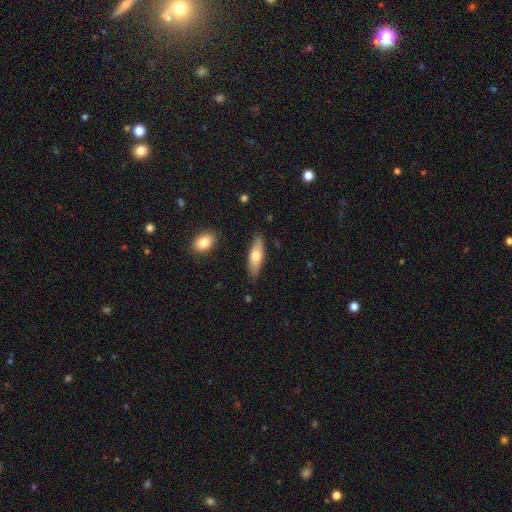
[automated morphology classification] Q: Smooth or featured?
A: smooth (68%); runner-up: featured or disk (27%)
Q: How rounded?
A: in between (53%); runner-up: cigar-shaped (44%)
Q: Merging?
A: none (85%); runner-up: minor disturbance (11%)